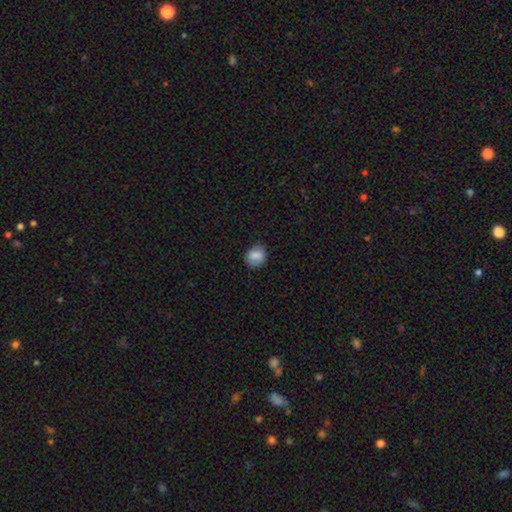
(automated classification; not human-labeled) smooth 86%, star or artifact 9%, featured or disk 5%. Down the decision tree: how rounded — round (62%); merging — none (79%).